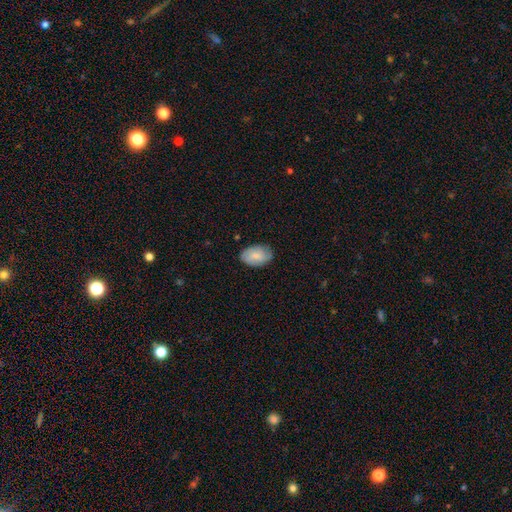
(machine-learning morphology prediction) A smooth galaxy with no disk features (70%) that is in between round and cigar-shaped (90%).

Vote fractions:
- Smooth or featured? smooth: 70% / featured or disk: 23% / star or artifact: 6%
- How rounded? in between: 90% / round: 9% / cigar-shaped: 1%
- Merging? none: 80% / minor disturbance: 16% / major disturbance: 3% / merger: 1%